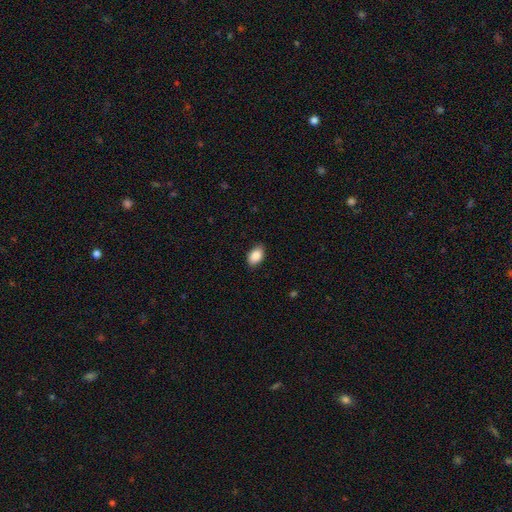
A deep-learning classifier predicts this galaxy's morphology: Smooth or featured? smooth (88%)
How rounded? in between (90%)
Merging? none (85%)